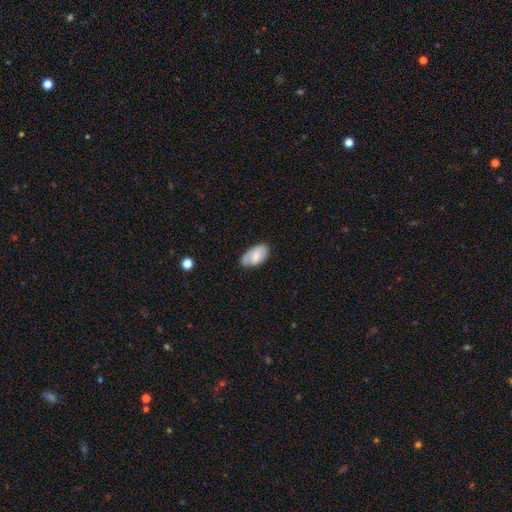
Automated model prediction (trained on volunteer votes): smooth-or-featured: smooth: 68% | featured or disk: 26% | star or artifact: 7%
  how-rounded: in between: 94% | round: 4% | cigar-shaped: 2%
  merging: none: 59% | minor disturbance: 30% | major disturbance: 8% | merger: 3%